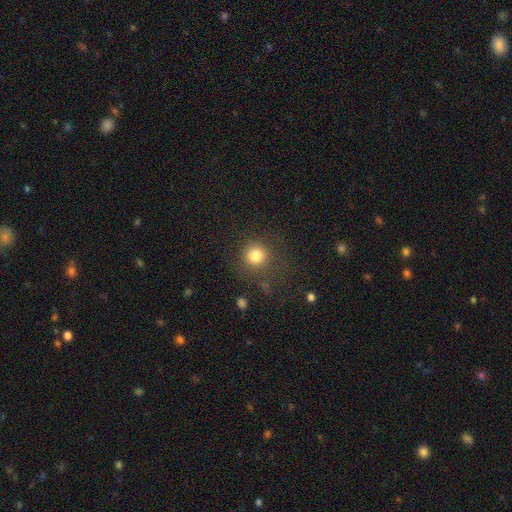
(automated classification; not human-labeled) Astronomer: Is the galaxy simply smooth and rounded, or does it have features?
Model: smooth — 81%.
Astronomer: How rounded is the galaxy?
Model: round — 93%.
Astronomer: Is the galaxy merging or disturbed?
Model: none — 80%.